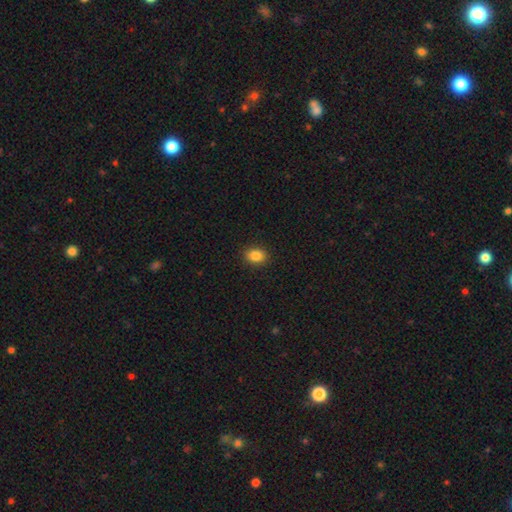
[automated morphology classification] A smooth galaxy with no disk features (86%) that is in between round and cigar-shaped (66%).

Vote fractions:
- Smooth or featured? smooth: 86% / star or artifact: 9% / featured or disk: 4%
- How rounded? in between: 66% / round: 33% / cigar-shaped: 1%
- Merging? none: 90% / minor disturbance: 7% / major disturbance: 2% / merger: 1%